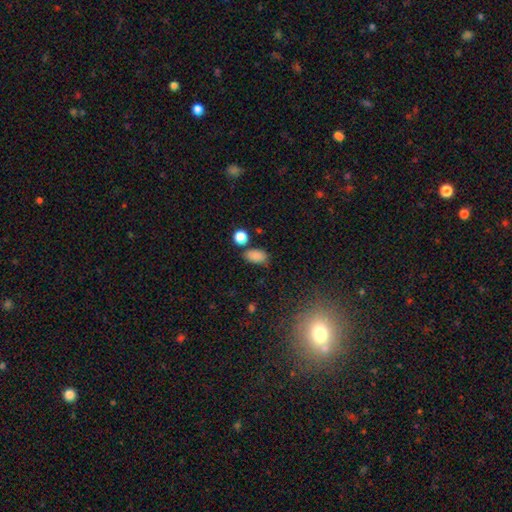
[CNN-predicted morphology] The model was most divided on "merging": none: 71%, minor disturbance: 17%, merger: 8%, major disturbance: 5%. More confident: how rounded — in between (88%); smooth or featured — smooth (84%).